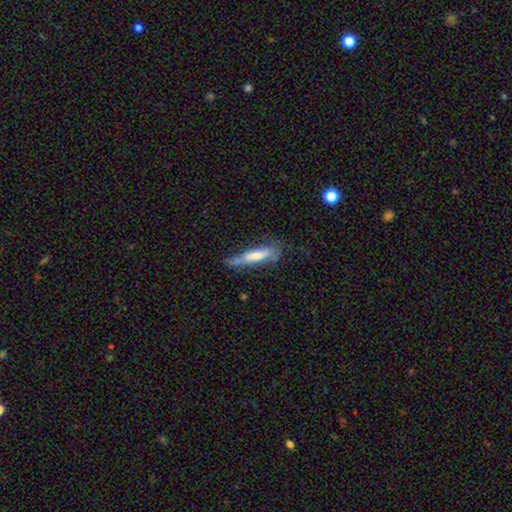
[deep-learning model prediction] Smooth or featured?
  - smooth: 62% *
  - featured or disk: 32%
  - star or artifact: 6%
How rounded?
  - cigar-shaped: 80% *
  - in between: 18%
  - round: 2%
Merging?
  - none: 48% *
  - minor disturbance: 31%
  - major disturbance: 15%
  - merger: 5%